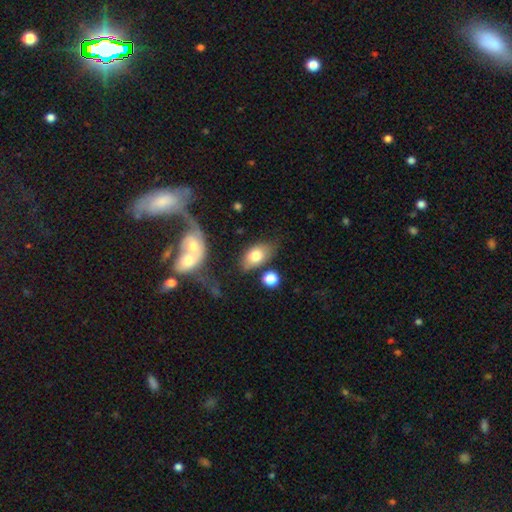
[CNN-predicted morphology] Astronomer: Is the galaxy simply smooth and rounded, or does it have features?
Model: smooth — 75%.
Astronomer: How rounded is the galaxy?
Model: in between — 89%.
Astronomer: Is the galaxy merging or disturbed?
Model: none — 61%.